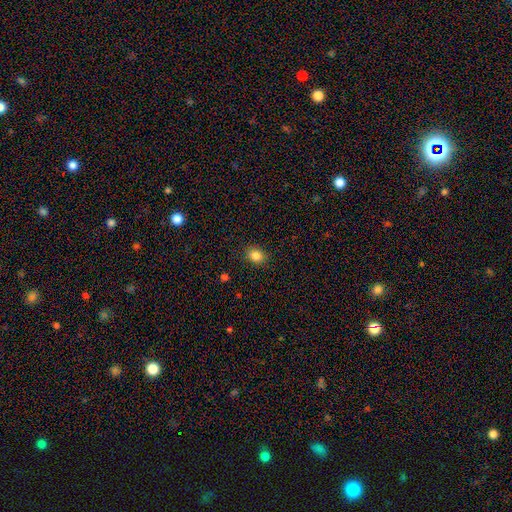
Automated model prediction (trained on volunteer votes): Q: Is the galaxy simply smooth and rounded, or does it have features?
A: smooth — 84%.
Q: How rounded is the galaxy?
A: round — 57%.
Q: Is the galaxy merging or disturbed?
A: none — 88%.